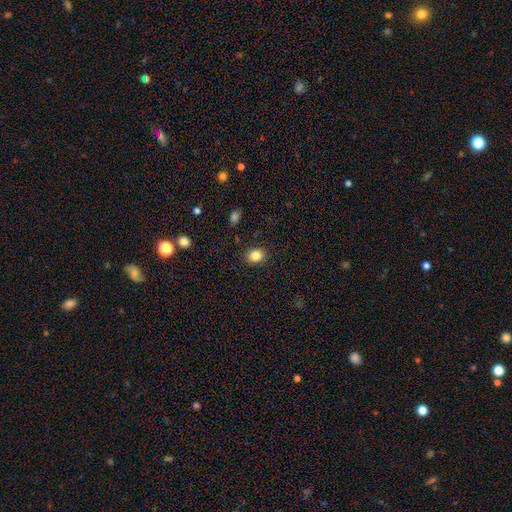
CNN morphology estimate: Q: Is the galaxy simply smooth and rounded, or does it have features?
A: smooth — 84%.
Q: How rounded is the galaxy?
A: round — 65%.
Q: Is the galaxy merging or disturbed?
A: none — 88%.